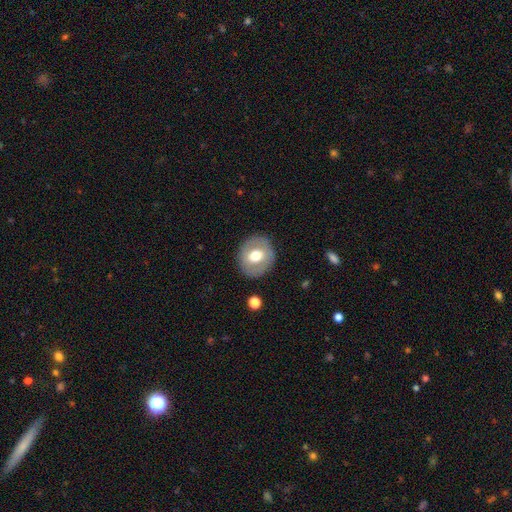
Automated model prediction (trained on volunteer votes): Smooth or featured: smooth — 56% (featured or disk — 37%)
How rounded: round — 72% (in between — 27%)
Merging: none — 84% (minor disturbance — 10%)